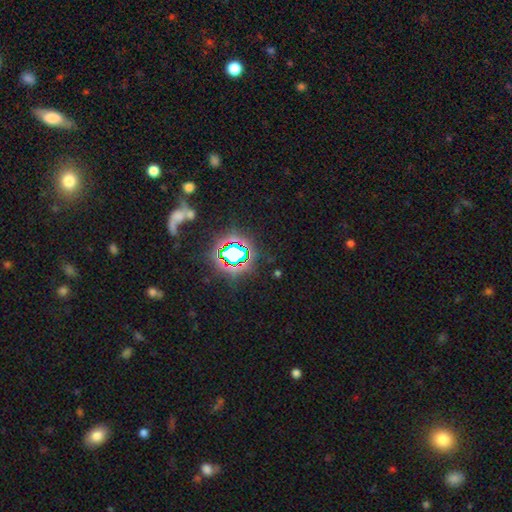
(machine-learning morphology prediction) This is likely a star or artifact rather than a galaxy (71%).